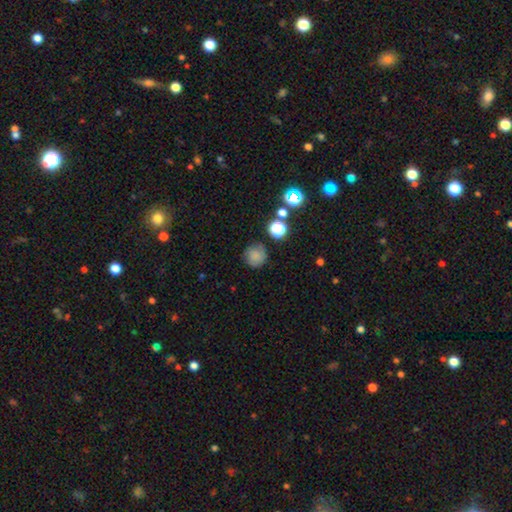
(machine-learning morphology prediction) type=smooth (75%); roundness=round (92%); merging=none (79%).